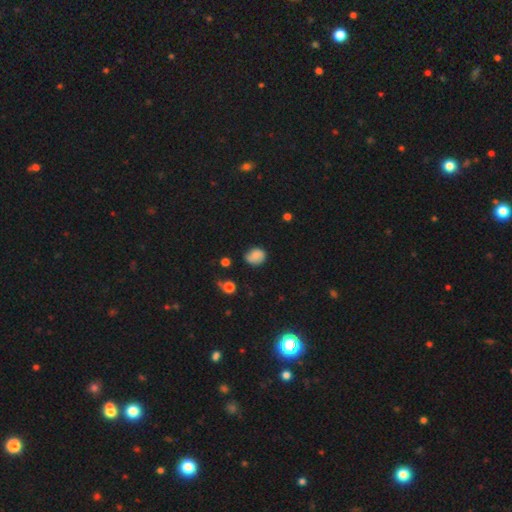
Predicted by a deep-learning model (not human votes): smooth 72%, featured or disk 18%, star or artifact 10%. Down the decision tree: how rounded — round (57%); merging — none (69%).